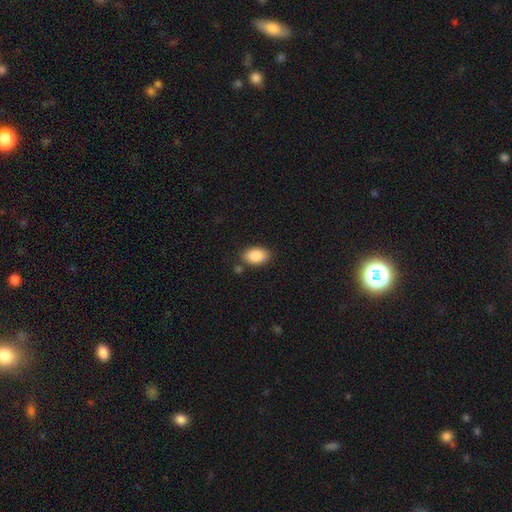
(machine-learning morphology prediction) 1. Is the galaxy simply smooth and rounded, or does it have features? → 88% smooth, 7% star or artifact, 5% featured or disk.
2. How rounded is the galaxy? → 91% in between, 7% round, 1% cigar-shaped.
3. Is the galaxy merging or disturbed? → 80% none, 12% minor disturbance, 5% merger, 3% major disturbance.